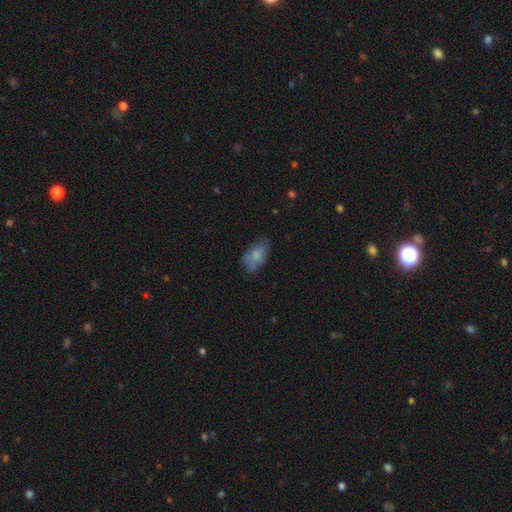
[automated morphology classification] Overall: smooth (75%). How rounded: in between (93%). Merging: none (61%; minor disturbance 28%).